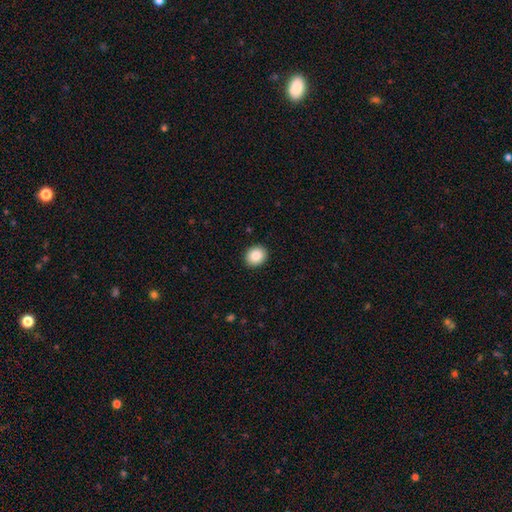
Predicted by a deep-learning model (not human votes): Overall: smooth (88%). How rounded: round (67%; in between 32%). Merging: none (91%).